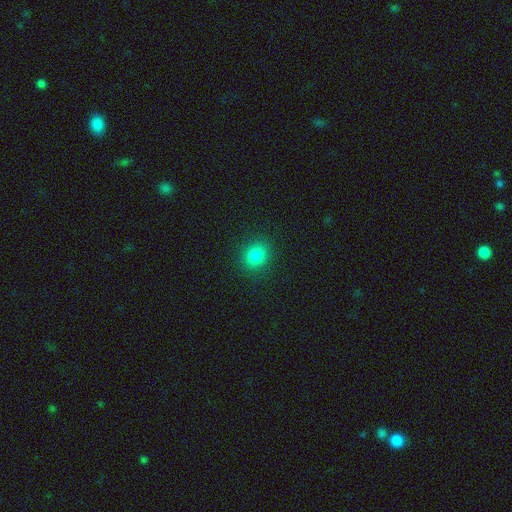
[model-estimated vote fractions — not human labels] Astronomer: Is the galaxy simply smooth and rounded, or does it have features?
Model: smooth — 83%.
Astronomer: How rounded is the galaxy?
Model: round — 69%.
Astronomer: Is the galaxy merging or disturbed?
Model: none — 89%.